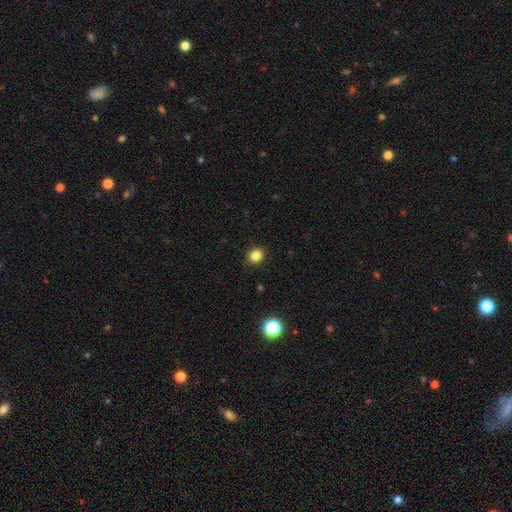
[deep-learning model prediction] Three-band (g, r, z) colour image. It shows a smooth galaxy with no disk features (84%) that is round (73%). Merging: none (91%).